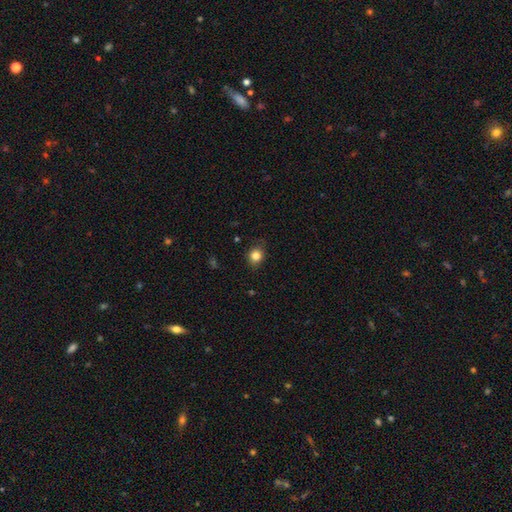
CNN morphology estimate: Q: Smooth or featured?
A: smooth (83%); runner-up: star or artifact (11%)
Q: How rounded?
A: round (76%); runner-up: in between (23%)
Q: Merging?
A: none (82%); runner-up: minor disturbance (14%)